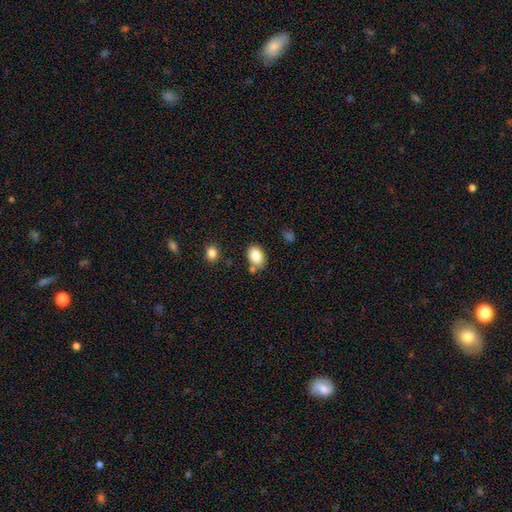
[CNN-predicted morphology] Smooth or featured: smooth — 87% (star or artifact — 8%)
How rounded: in between — 78% (round — 21%)
Merging: none — 72% (minor disturbance — 14%)